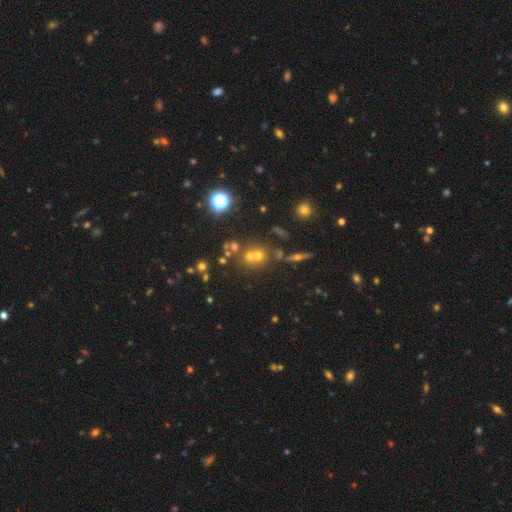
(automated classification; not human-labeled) Morphology: type=smooth (46%); merging=none (55%).